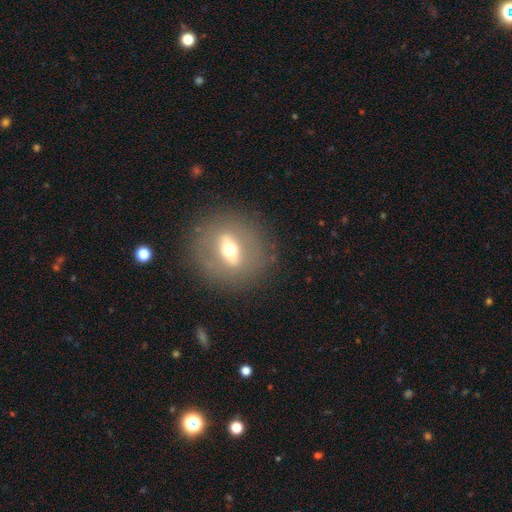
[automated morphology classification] Smooth or featured?
  - featured or disk: 56% *
  - smooth: 34%
  - star or artifact: 10%
Edge-on disk?
  - no: 71% *
  - yes: 29%
Merging?
  - none: 85% *
  - minor disturbance: 9%
  - major disturbance: 5%
  - merger: 1%